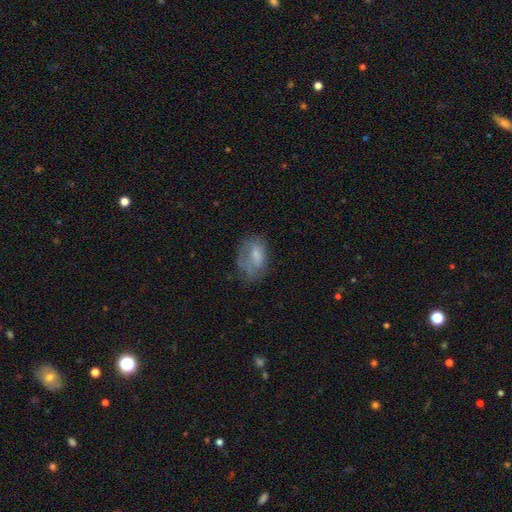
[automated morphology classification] Smooth or featured?
  - smooth: 64% *
  - featured or disk: 27%
  - star or artifact: 9%
How rounded?
  - in between: 86% *
  - round: 11%
  - cigar-shaped: 3%
Merging?
  - none: 41% *
  - minor disturbance: 30%
  - major disturbance: 26%
  - merger: 2%